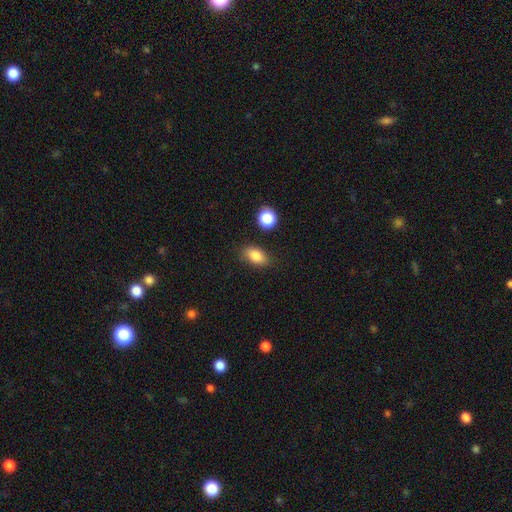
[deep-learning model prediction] Smooth or featured? smooth (84%)
How rounded? in between (86%)
Merging? none (83%)